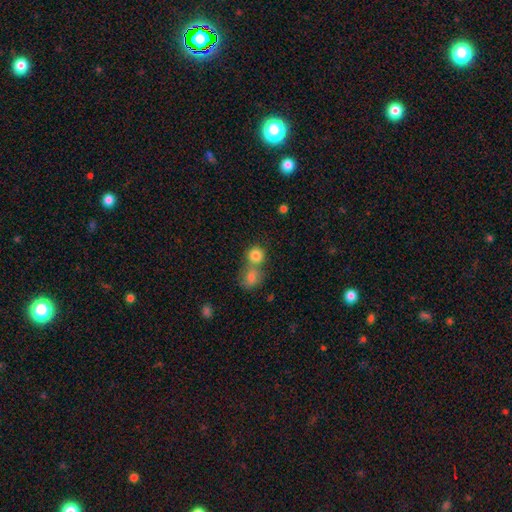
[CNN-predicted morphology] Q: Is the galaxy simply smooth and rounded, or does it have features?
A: smooth — 82%.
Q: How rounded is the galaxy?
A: round — 85%.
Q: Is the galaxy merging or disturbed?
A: merger — 49%.